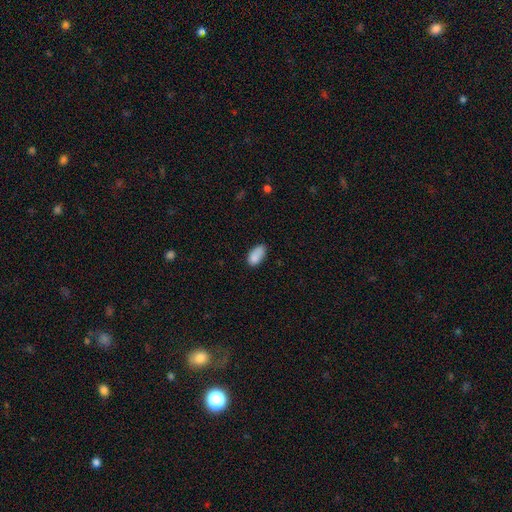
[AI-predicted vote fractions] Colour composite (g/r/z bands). It shows a smooth galaxy with no disk features (86%) that is in between round and cigar-shaped (93%). Merging: none (67%).